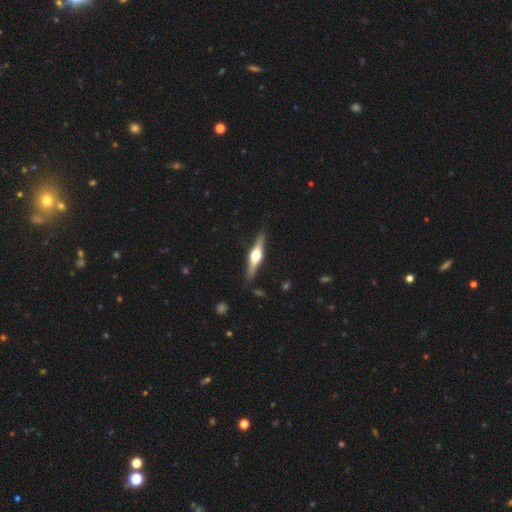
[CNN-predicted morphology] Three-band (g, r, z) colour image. It shows a featured or disk galaxy (72%) viewed edge-on (97%) with a rounded central bulge (95%). Merging: none (88%).